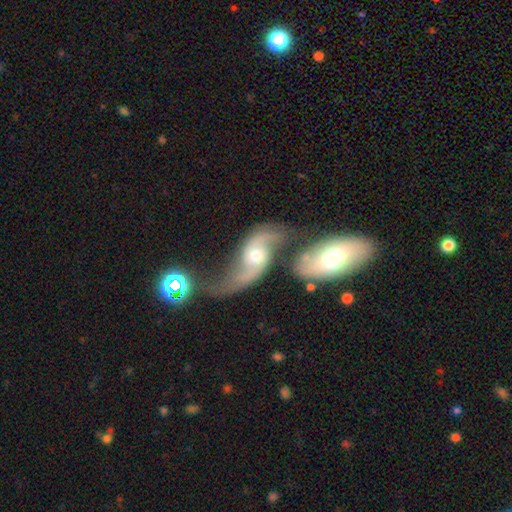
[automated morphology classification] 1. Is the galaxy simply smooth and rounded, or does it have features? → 83% featured or disk, 10% smooth, 6% star or artifact.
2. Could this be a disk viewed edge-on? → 95% no, 5% yes.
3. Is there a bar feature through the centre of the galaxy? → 57% no, 33% weak, 10% strong.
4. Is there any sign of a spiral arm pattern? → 94% yes, 6% no.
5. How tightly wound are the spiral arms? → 73% loose, 21% medium, 6% tight.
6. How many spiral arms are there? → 91% 2, 3% can't tell, 3% 1, 1% 3, 1% 4, 1% more than 4.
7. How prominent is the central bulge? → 62% moderate, 29% small, 6% large, 2% none, 1% dominant.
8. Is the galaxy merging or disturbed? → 36% merger, 34% none, 16% minor disturbance, 15% major disturbance.